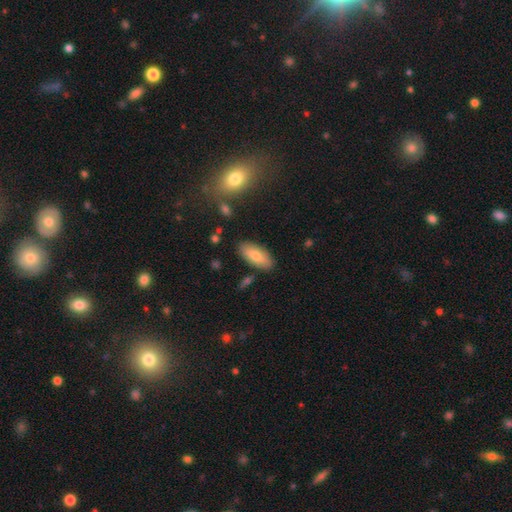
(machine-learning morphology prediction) This appears to be a smooth galaxy with no disk features (75%) that is in between round and cigar-shaped (82%). Merging: none (85%).